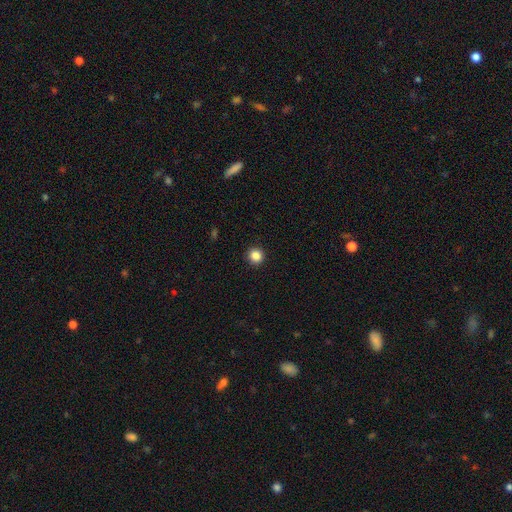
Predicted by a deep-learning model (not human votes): Smooth or featured? Predicted: smooth (p=0.86). How rounded? Predicted: round (p=0.94). Merging? Predicted: none (p=0.93).